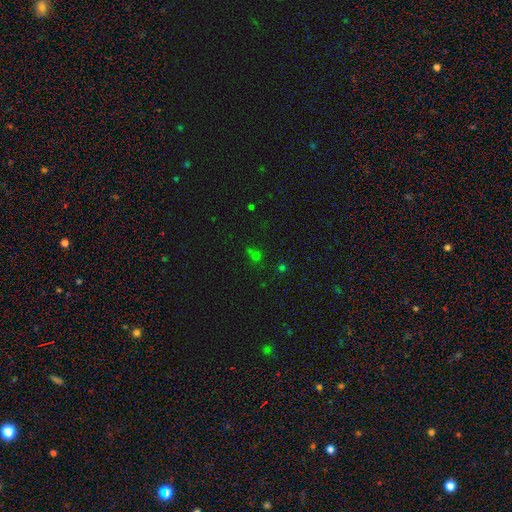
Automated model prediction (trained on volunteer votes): smooth 50%, star or artifact 42%, featured or disk 8%. Down the decision tree: merging — none (59%).